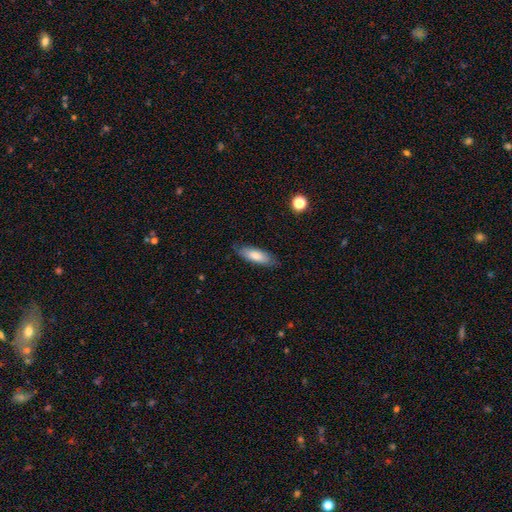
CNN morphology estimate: Smooth or featured: smooth — 77% (featured or disk — 17%)
How rounded: in between — 62% (cigar-shaped — 37%)
Merging: none — 80% (minor disturbance — 15%)